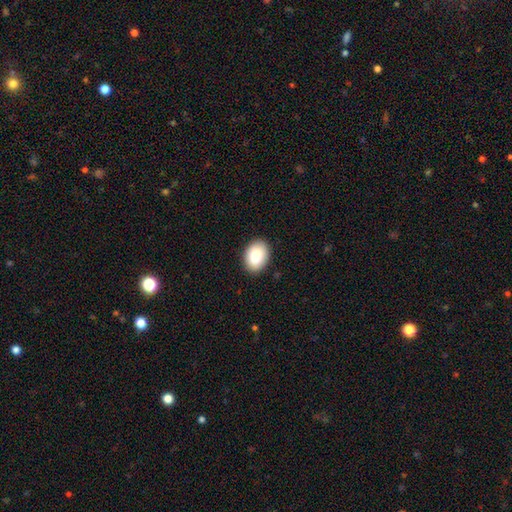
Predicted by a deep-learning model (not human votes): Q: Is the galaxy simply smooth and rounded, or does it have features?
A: smooth — 84%.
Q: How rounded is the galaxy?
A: in between — 81%.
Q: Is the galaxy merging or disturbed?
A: none — 88%.